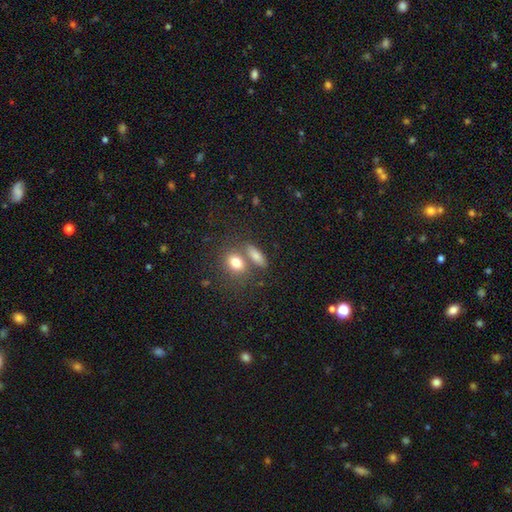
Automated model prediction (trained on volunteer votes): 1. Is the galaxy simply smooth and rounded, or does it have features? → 78% smooth, 13% featured or disk, 10% star or artifact.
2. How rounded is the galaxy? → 65% in between, 19% cigar-shaped, 16% round.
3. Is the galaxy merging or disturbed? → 56% none, 29% merger, 11% minor disturbance, 4% major disturbance.